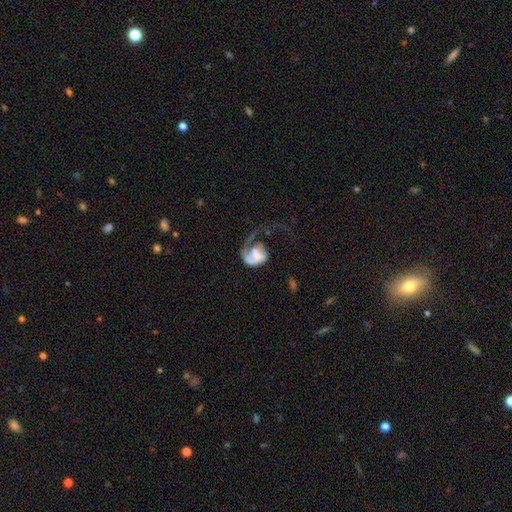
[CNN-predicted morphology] smooth-or-featured: featured or disk: 64% | smooth: 29% | star or artifact: 7%
  disk-edge-on: no: 98% | yes: 2%
    bar: no: 69% | weak: 24% | strong: 7%
    has-spiral-arms: yes: 70% | no: 30%
    bulge-size: moderate: 28% (tied) | small: 28% (tied) | none: 27% | large: 13% | dominant: 4%
  merging: major disturbance: 62% | none: 18% | minor disturbance: 11% | merger: 9%